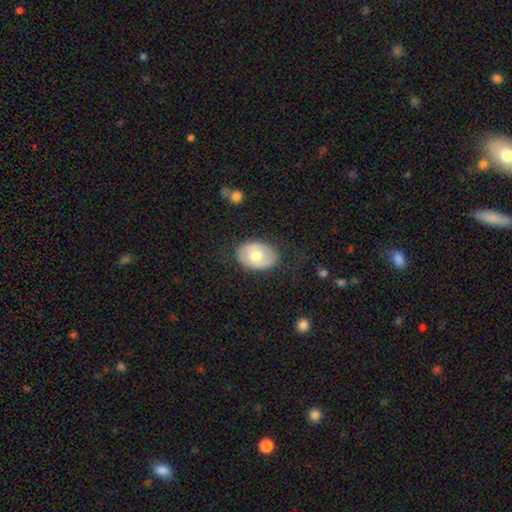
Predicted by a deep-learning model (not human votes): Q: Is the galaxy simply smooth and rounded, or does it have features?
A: smooth — 66%.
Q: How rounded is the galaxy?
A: in between — 80%.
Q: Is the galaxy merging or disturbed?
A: none — 81%.